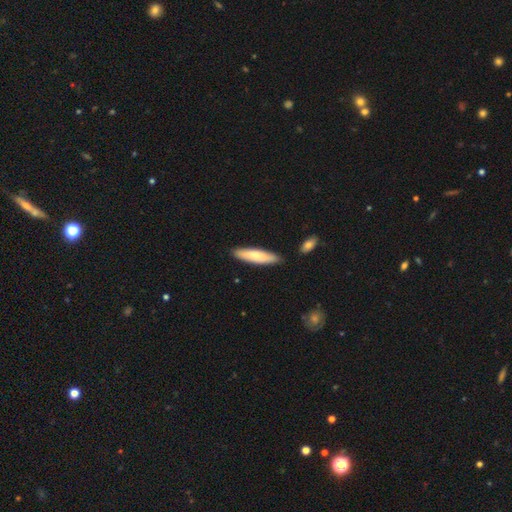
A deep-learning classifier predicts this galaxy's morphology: The model was most divided on "how rounded": cigar-shaped: 75%, in between: 24%, round: 1%. More confident: merging — none (85%); smooth or featured — smooth (75%).